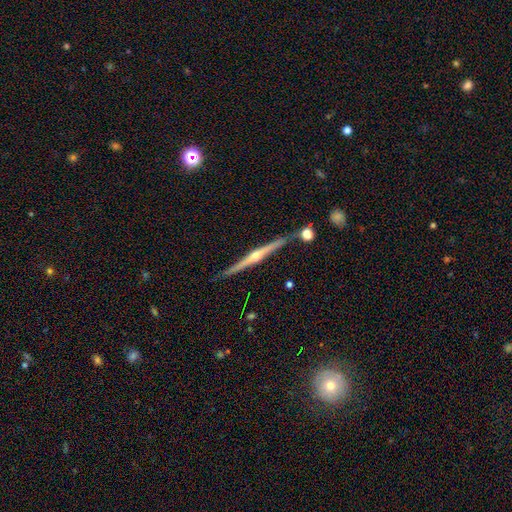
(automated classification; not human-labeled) Smooth or featured: featured or disk — 86% (smooth — 9%)
Edge-on disk: yes — 98% (no — 2%)
Edge-on bulge: rounded — 91% (none — 5%)
Merging: none — 88% (minor disturbance — 8%)